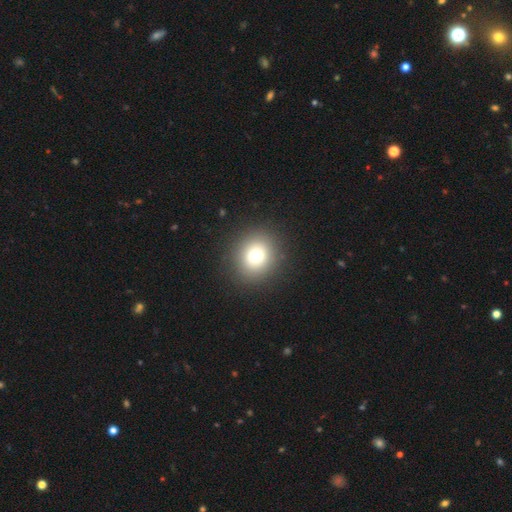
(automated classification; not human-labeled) Smooth or featured? Predicted: smooth (p=0.76). How rounded? Predicted: round (p=0.78). Merging? Predicted: none (p=0.88).